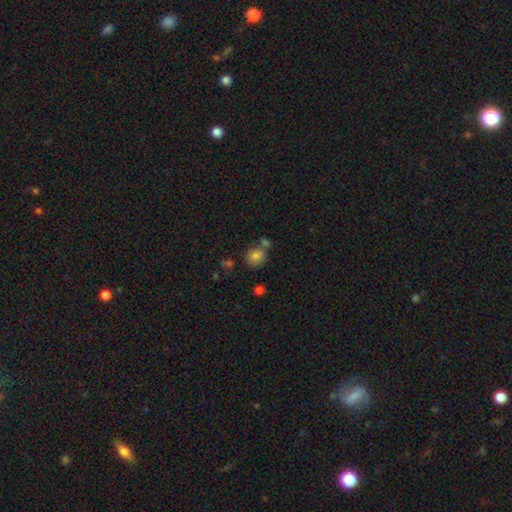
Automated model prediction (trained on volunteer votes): Smooth or featured? smooth (79%)
How rounded? round (64%)
Merging? none (62%)